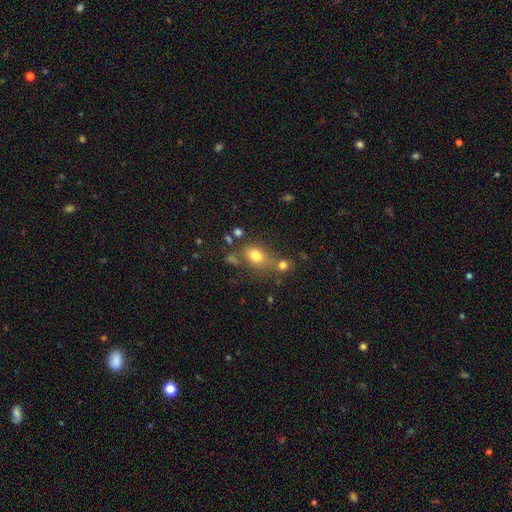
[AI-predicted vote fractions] Overall: smooth (76%). How rounded: in between (63%; round 35%). Merging: none (56%; merger 22%).